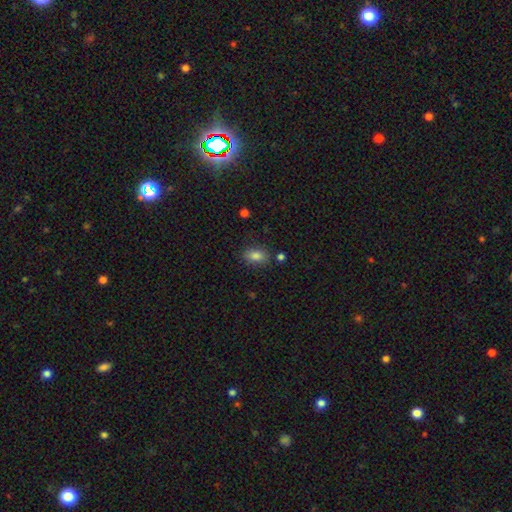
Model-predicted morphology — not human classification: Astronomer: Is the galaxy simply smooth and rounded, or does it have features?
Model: smooth — 84%.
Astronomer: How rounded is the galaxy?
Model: in between — 85%.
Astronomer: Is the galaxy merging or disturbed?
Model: none — 81%.